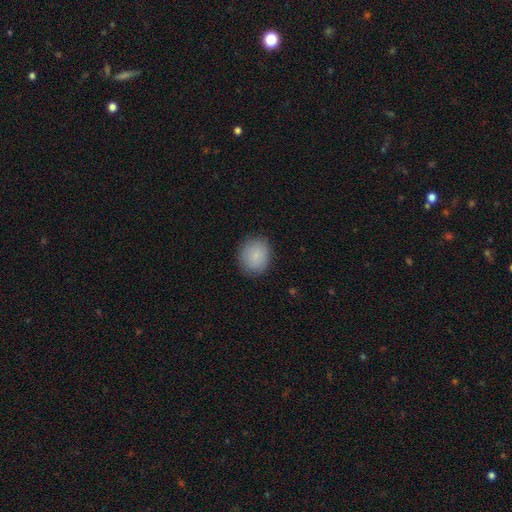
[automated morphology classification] Smooth or featured?
  - smooth: 87% *
  - star or artifact: 7%
  - featured or disk: 6%
How rounded?
  - round: 77% *
  - in between: 22%
  - cigar-shaped: 1%
Merging?
  - none: 86% *
  - minor disturbance: 10%
  - major disturbance: 3%
  - merger: 1%